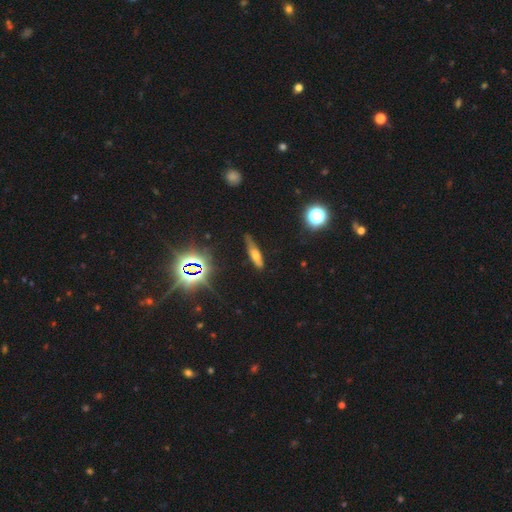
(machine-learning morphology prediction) Smooth or featured: smooth — 53% (featured or disk — 28%)
How rounded: cigar-shaped — 64% (in between — 32%)
Merging: none — 60% (minor disturbance — 29%)